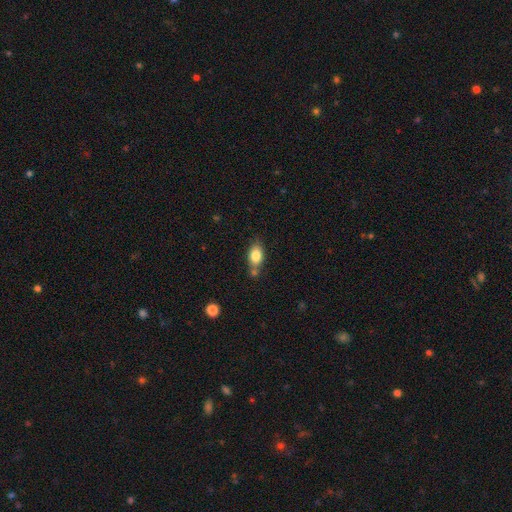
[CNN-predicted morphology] smooth 81%, featured or disk 11%, star or artifact 8%. Down the decision tree: how rounded — in between (84%); merging — none (59%).